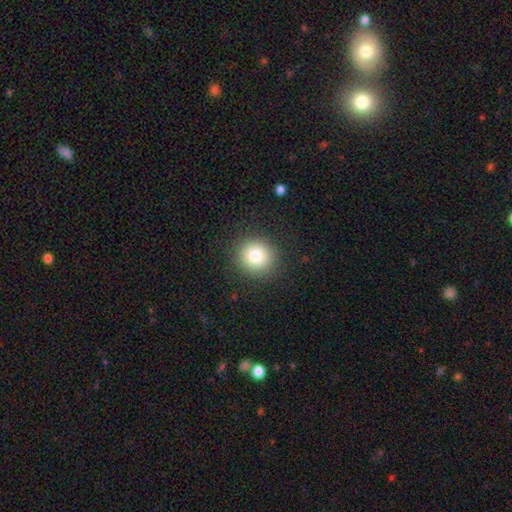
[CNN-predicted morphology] type=smooth (80%); roundness=round (91%); merging=none (90%).